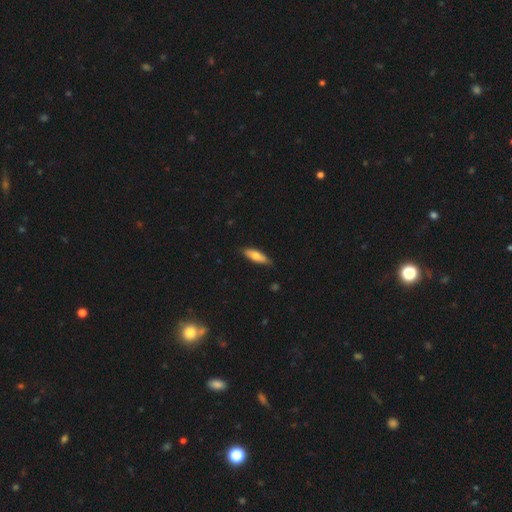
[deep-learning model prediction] Smooth or featured?
  - smooth: 73% *
  - featured or disk: 21%
  - star or artifact: 6%
How rounded?
  - in between: 54% *
  - cigar-shaped: 44%
  - round: 2%
Merging?
  - none: 80% *
  - minor disturbance: 16%
  - major disturbance: 2%
  - merger: 1%